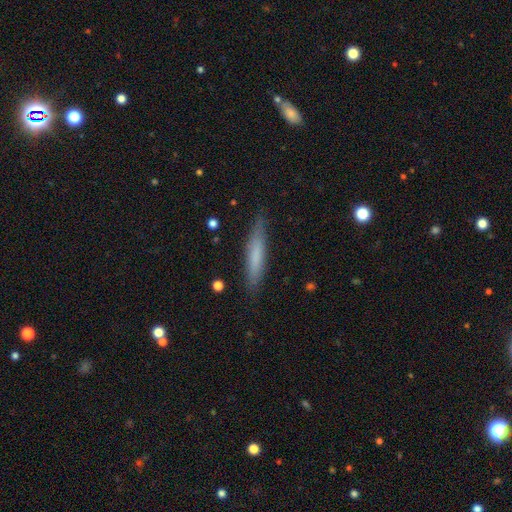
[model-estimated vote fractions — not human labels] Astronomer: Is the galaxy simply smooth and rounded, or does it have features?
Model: smooth — 68%.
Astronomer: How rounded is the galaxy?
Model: cigar-shaped — 89%.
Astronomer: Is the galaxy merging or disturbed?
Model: none — 85%.